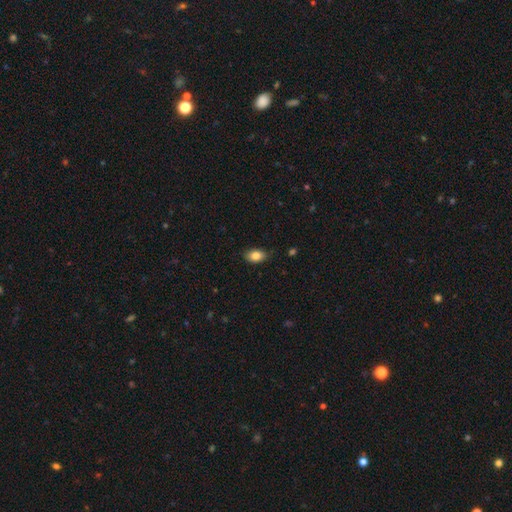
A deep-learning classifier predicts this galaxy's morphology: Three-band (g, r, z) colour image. It shows a smooth galaxy with no disk features (85%) that is in between round and cigar-shaped (84%). Merging: none (79%).